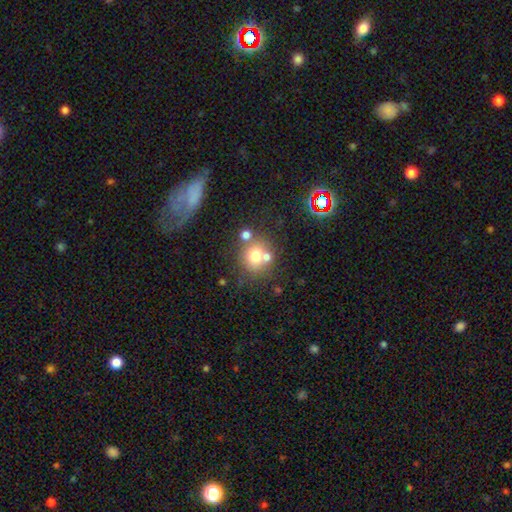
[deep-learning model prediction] A smooth galaxy with no disk features (69%) that is round (83%). Merging: none (57%).